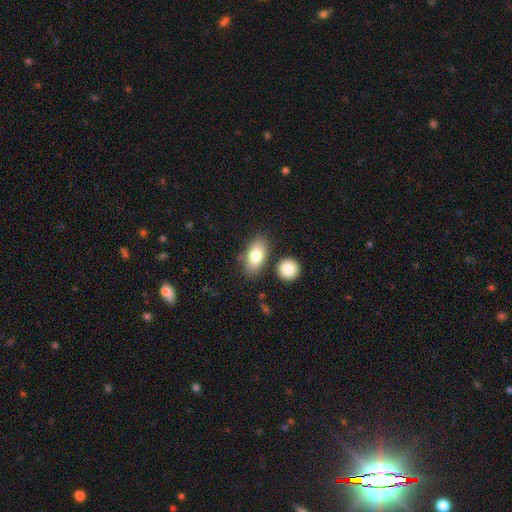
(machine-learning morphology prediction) smooth-or-featured: smooth: 79% | featured or disk: 14% | star or artifact: 7%
  how-rounded: in between: 89% | round: 7% | cigar-shaped: 4%
  merging: none: 77% | minor disturbance: 11% | merger: 9% | major disturbance: 3%